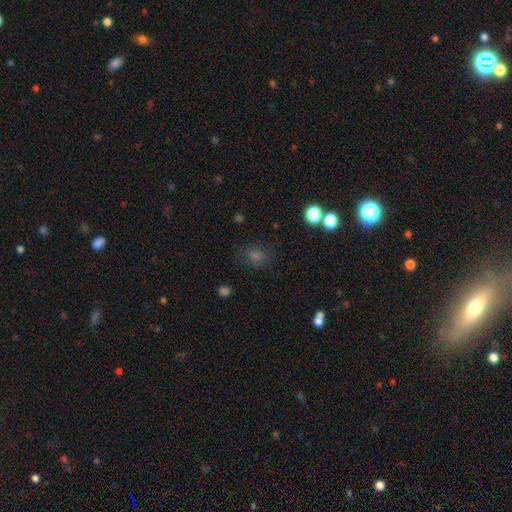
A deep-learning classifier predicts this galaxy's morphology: Smooth or featured: smooth — 56% (star or artifact — 33%)
How rounded: round — 68% (in between — 30%)
Merging: none — 78% (minor disturbance — 13%)